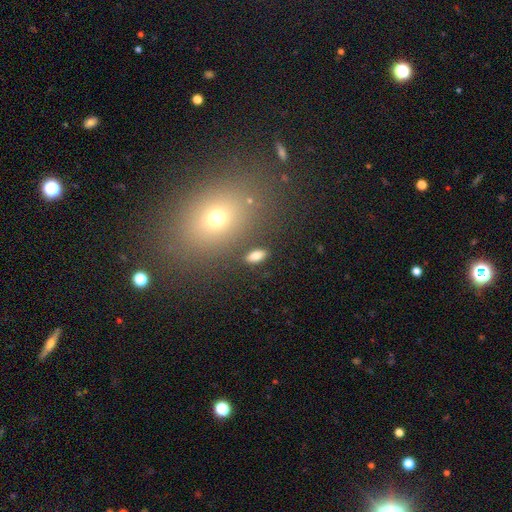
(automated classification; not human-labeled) This is clearly a smooth galaxy (80%). How rounded: clearly in between (87%). Merging: clearly none (85%).